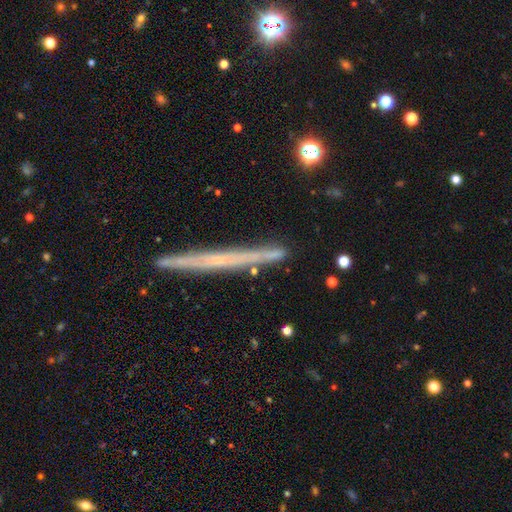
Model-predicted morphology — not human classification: Q: Smooth or featured?
A: featured or disk (62%); runner-up: smooth (32%)
Q: Edge-on disk?
A: yes (96%); runner-up: no (4%)
Q: Edge-on bulge?
A: none (78%); runner-up: rounded (17%)
Q: Merging?
A: none (86%); runner-up: minor disturbance (9%)